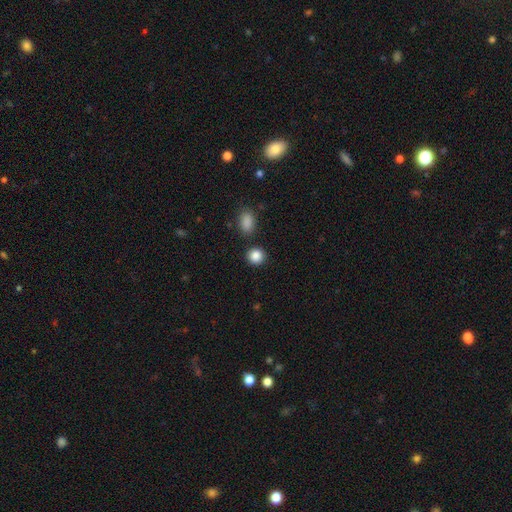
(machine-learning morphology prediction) This appears to be a smooth galaxy with no disk features (87%) that is round (87%). Merging: none (85%).